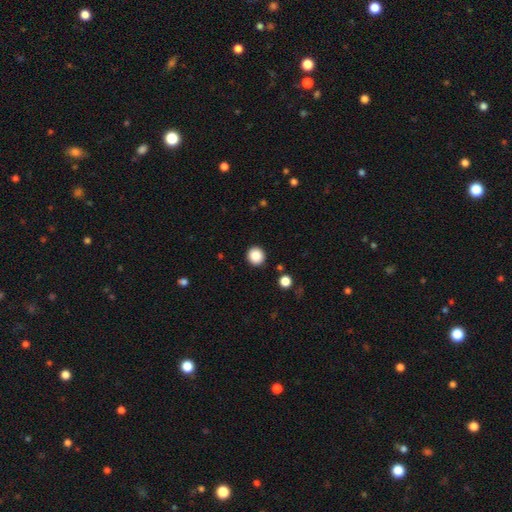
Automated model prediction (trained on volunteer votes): A smooth galaxy with no disk features (87%) that is round (91%). Merging: none (91%).